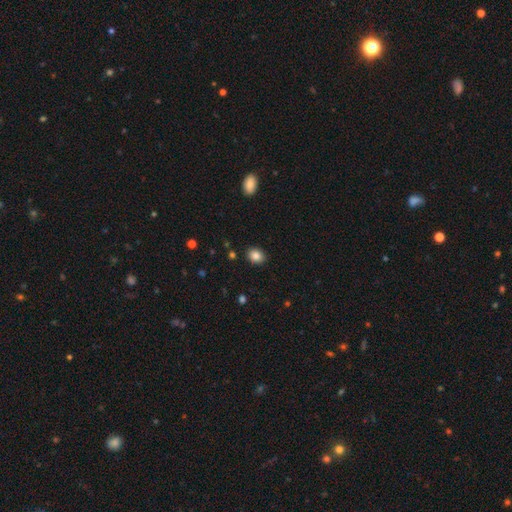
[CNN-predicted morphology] A smooth galaxy with no disk features (85%) that is in between round and cigar-shaped (55%). Merging: none (88%).